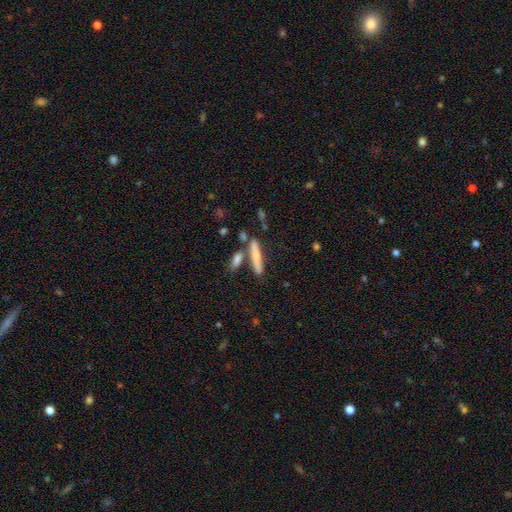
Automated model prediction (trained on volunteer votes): smooth-or-featured: smooth: 68% | featured or disk: 25% | star or artifact: 7%
  how-rounded: cigar-shaped: 88% | in between: 10% | round: 2%
  merging: none: 67% | merger: 17% | minor disturbance: 12% | major disturbance: 4%